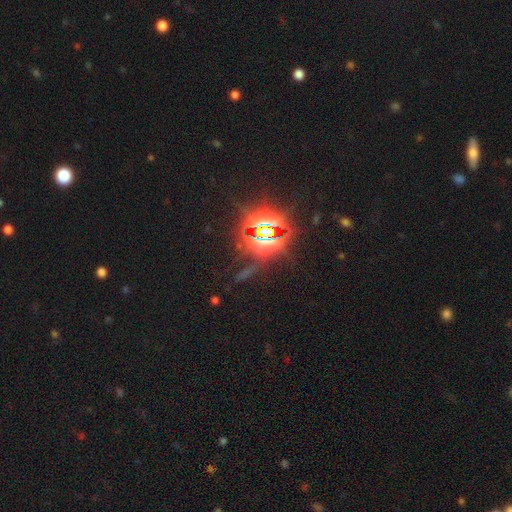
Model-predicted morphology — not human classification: Smooth or featured? star or artifact (85%)